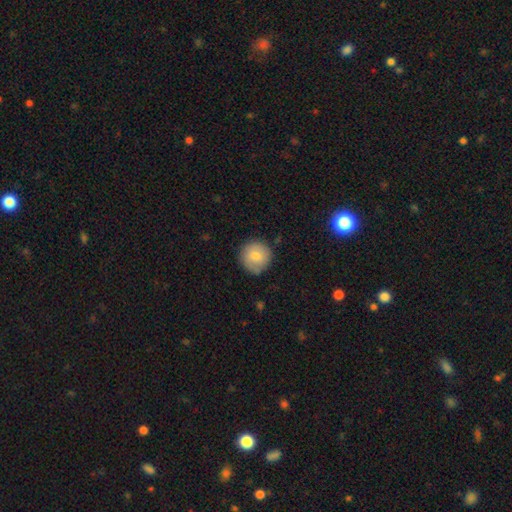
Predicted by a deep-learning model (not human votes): Smooth or featured: smooth — 79% (featured or disk — 14%)
How rounded: round — 94% (in between — 5%)
Merging: none — 83% (minor disturbance — 13%)